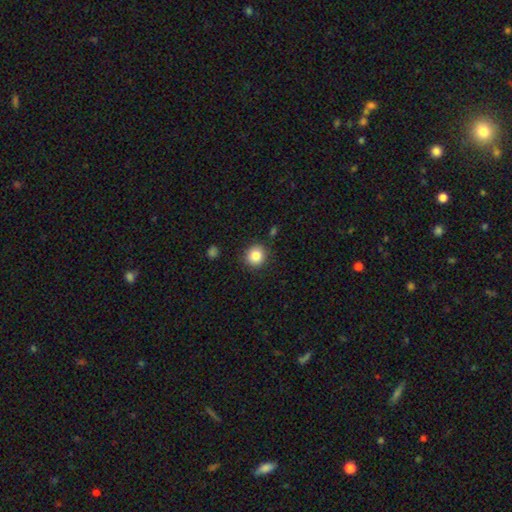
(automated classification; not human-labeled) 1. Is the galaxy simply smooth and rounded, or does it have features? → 85% smooth, 10% star or artifact, 6% featured or disk.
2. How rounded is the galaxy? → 89% round, 10% in between, 1% cigar-shaped.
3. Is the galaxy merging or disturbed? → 87% none, 8% minor disturbance, 2% major disturbance, 2% merger.